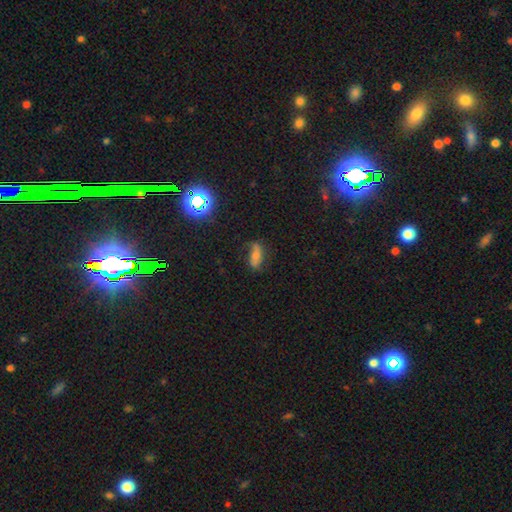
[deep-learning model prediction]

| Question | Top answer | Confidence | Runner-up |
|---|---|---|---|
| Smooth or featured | smooth | 53% | featured or disk (33%) |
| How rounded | in between | 74% | cigar-shaped (21%) |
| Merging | none | 65% | minor disturbance (24%) |